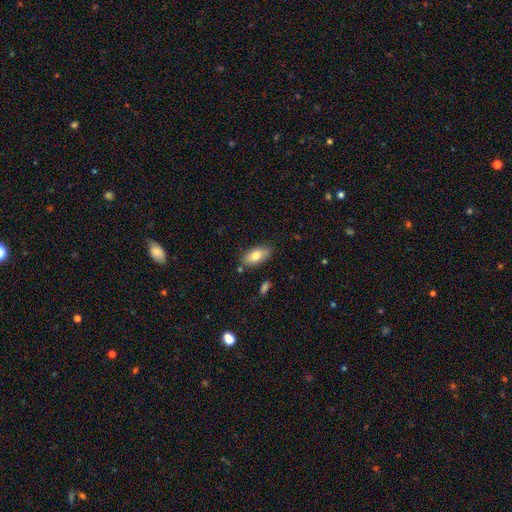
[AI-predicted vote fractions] This is likely a smooth galaxy (78%). How rounded: clearly in between (89%). Merging: clearly none (80%).